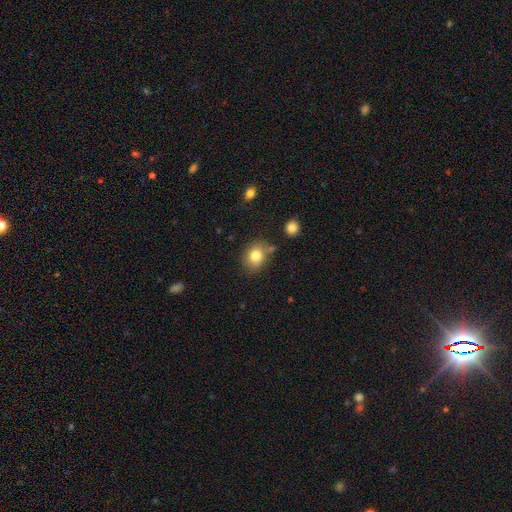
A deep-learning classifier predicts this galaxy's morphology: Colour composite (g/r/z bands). It shows a smooth galaxy with no disk features (80%) that is round (57%). Merging: none (70%).